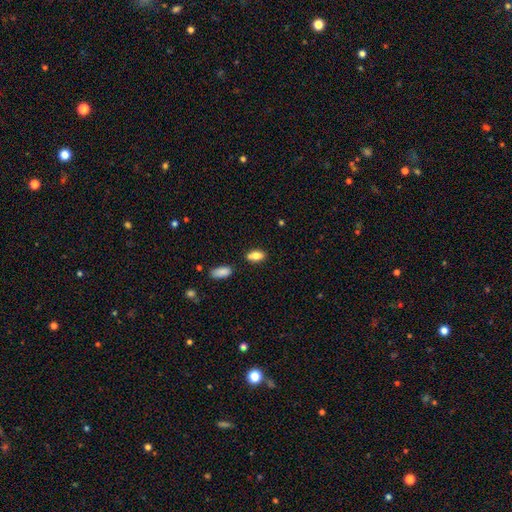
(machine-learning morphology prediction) Smooth or featured?
  - smooth: 83% *
  - featured or disk: 10%
  - star or artifact: 7%
How rounded?
  - in between: 88% *
  - cigar-shaped: 8%
  - round: 4%
Merging?
  - none: 76% *
  - minor disturbance: 12%
  - merger: 9%
  - major disturbance: 3%